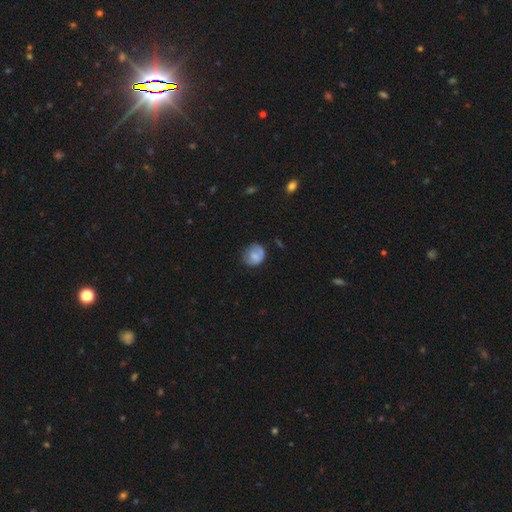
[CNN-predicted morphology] Smooth or featured? Predicted: smooth (p=0.74). How rounded? Predicted: round (p=0.73). Merging? Predicted: none (p=0.58).